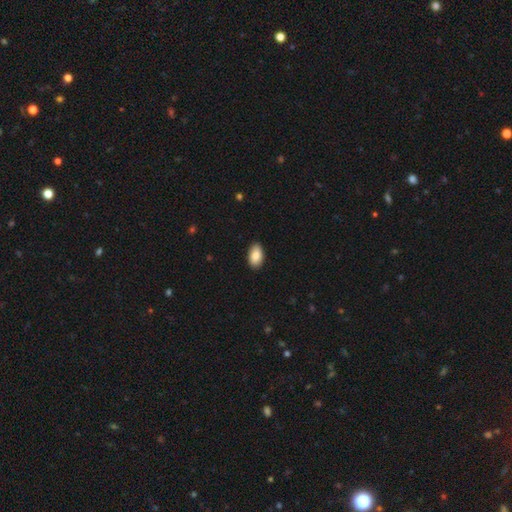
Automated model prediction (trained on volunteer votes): Overall: smooth (86%). How rounded: in between (94%). Merging: none (89%).